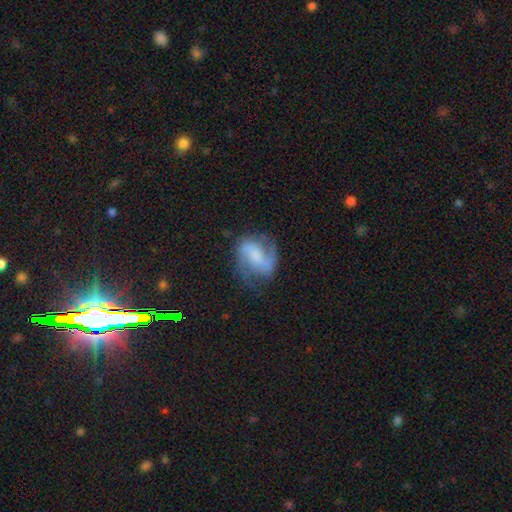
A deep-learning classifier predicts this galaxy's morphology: This appears to be a featured or disk galaxy (75%) with a weak bar (46%), 2 (82%) medium (48%) spiral arms (93%) and a moderate central bulge (29%, tied with small). Merging: none (64%).